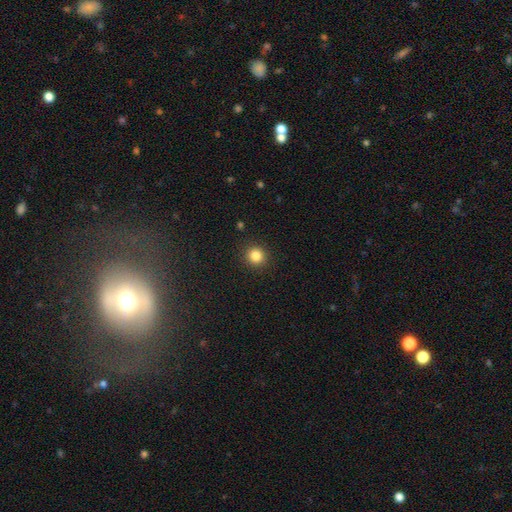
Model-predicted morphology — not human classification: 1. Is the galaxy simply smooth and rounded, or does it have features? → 84% smooth, 11% star or artifact, 5% featured or disk.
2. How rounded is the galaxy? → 91% round, 8% in between, 1% cigar-shaped.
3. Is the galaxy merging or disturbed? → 91% none, 5% minor disturbance, 2% major disturbance, 1% merger.